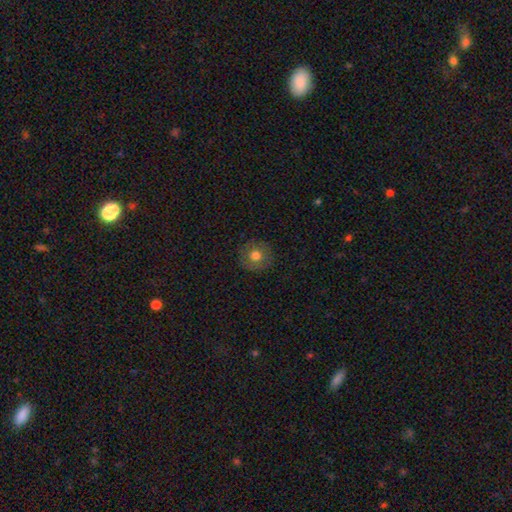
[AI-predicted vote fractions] Smooth or featured: smooth — 68% (featured or disk — 21%)
How rounded: round — 92% (in between — 7%)
Merging: none — 86% (minor disturbance — 10%)